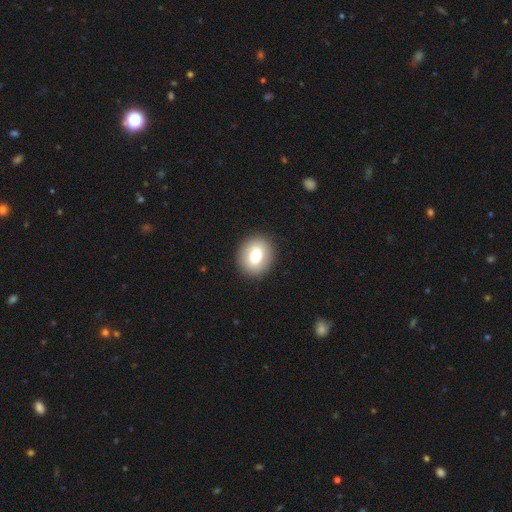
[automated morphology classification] smooth_or_featured: smooth (p=0.75) [alt: featured or disk p=0.16]
how_rounded: round (p=0.66) [alt: in between p=0.33]
merging: none (p=0.91) [alt: minor disturbance p=0.06]